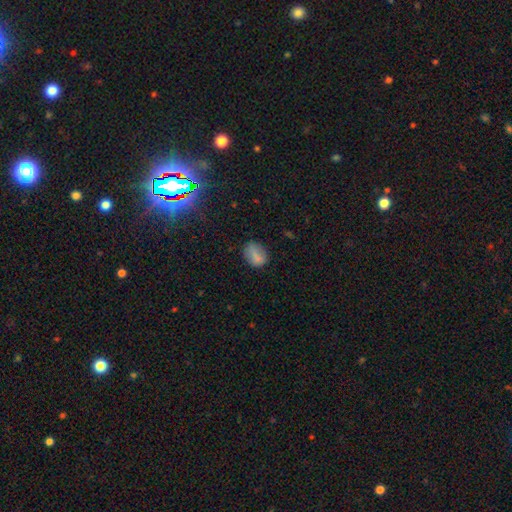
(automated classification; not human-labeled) Smooth or featured? Predicted: smooth (p=0.78). How rounded? Predicted: in between (p=0.63). Merging? Predicted: none (p=0.73).